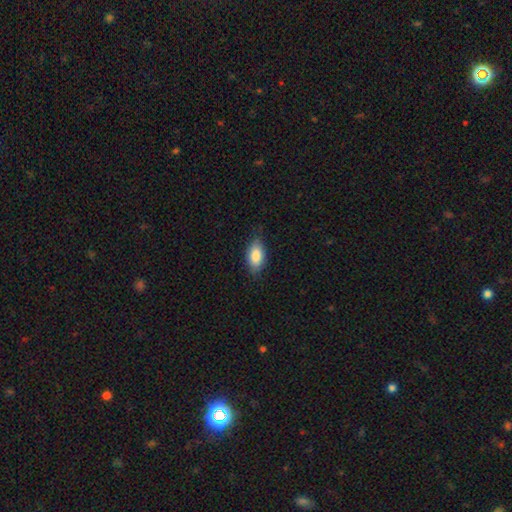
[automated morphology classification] A smooth galaxy with no disk features (84%) that is in between round and cigar-shaped (91%).

Vote fractions:
- Smooth or featured? smooth: 84% / featured or disk: 9% / star or artifact: 7%
- How rounded? in between: 91% / cigar-shaped: 5% / round: 4%
- Merging? none: 80% / minor disturbance: 16% / major disturbance: 3% / merger: 1%